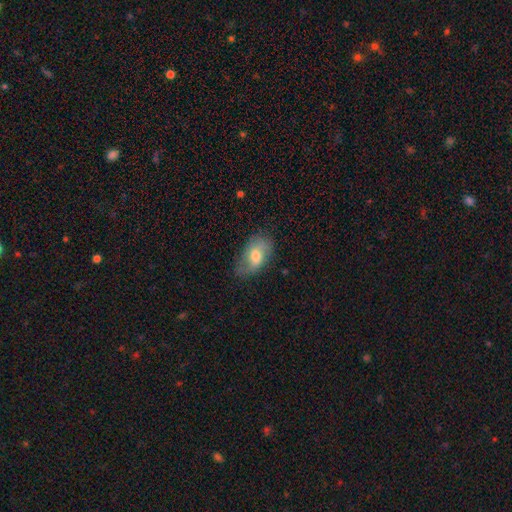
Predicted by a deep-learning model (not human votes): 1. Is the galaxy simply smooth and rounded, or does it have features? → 60% smooth, 33% featured or disk, 7% star or artifact.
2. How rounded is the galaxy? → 90% in between, 7% round, 2% cigar-shaped.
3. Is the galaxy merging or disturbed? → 69% none, 23% minor disturbance, 7% major disturbance, 1% merger.